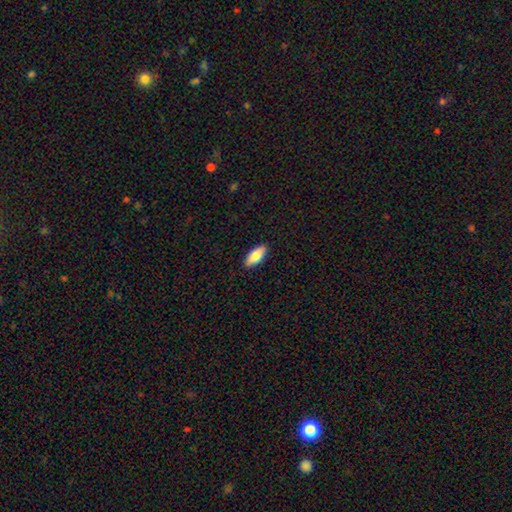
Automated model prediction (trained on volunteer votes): Smooth or featured? Predicted: smooth (p=0.79). How rounded? Predicted: in between (p=0.80). Merging? Predicted: none (p=0.90).